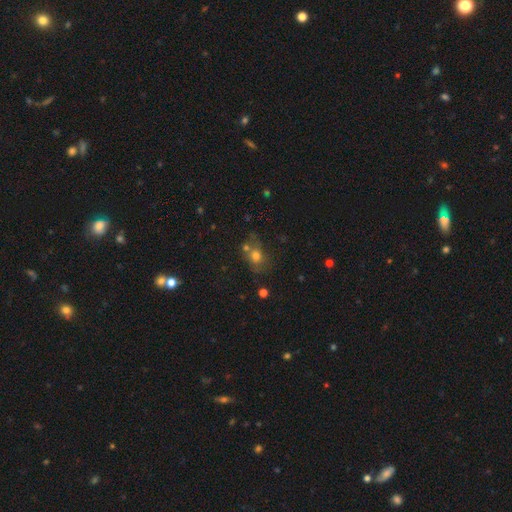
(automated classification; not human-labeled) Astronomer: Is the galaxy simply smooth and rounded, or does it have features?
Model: smooth — 69%.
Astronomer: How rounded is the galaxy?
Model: round — 61% (runner-up: in between, 38%).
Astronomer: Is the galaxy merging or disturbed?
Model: none — 51%.